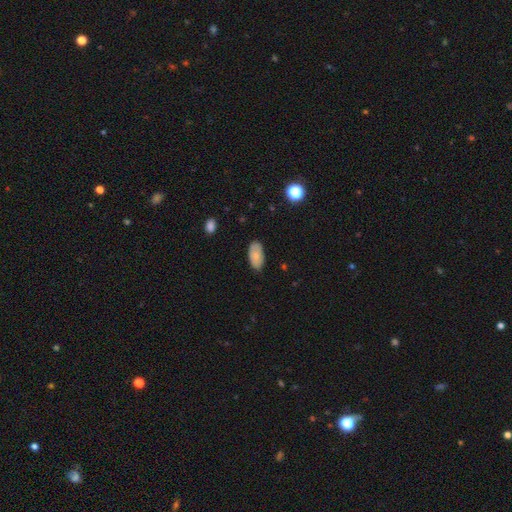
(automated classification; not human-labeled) Q: Smooth or featured?
A: smooth (74%); runner-up: featured or disk (19%)
Q: How rounded?
A: in between (94%); runner-up: cigar-shaped (3%)
Q: Merging?
A: none (81%); runner-up: minor disturbance (16%)